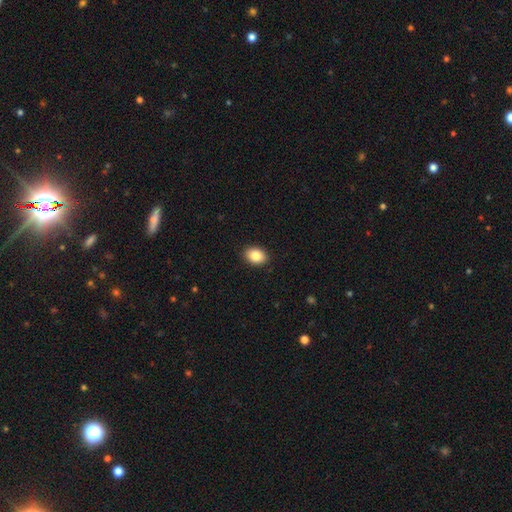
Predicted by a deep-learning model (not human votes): The model was most divided on "how rounded": in between: 75%, round: 24%, cigar-shaped: 1%. More confident: merging — none (90%); smooth or featured — smooth (86%).